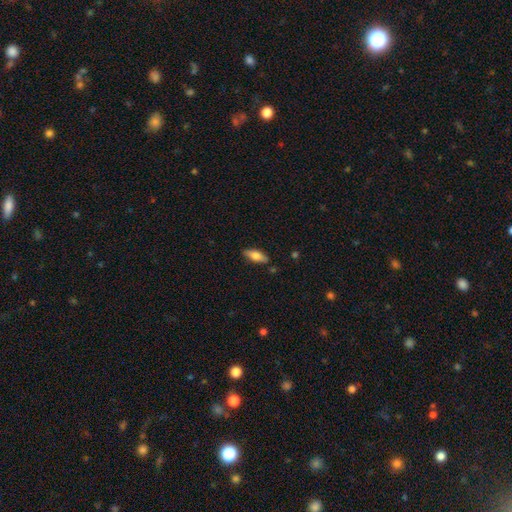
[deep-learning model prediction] A smooth galaxy with no disk features (70%) that is in between round and cigar-shaped (70%). Merging: none (84%).